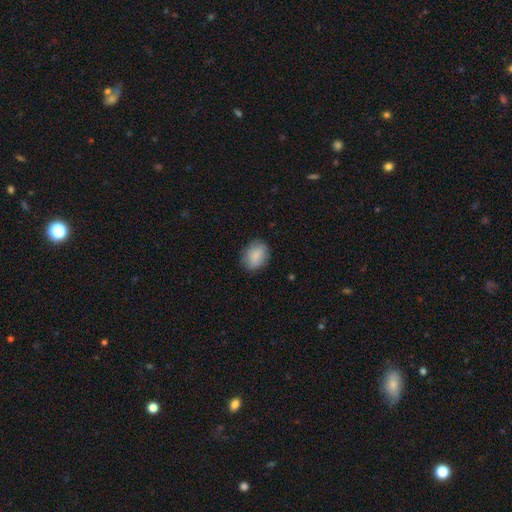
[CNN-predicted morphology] This is clearly a smooth galaxy (84%). How rounded: likely in between (64%). Merging: clearly none (80%).